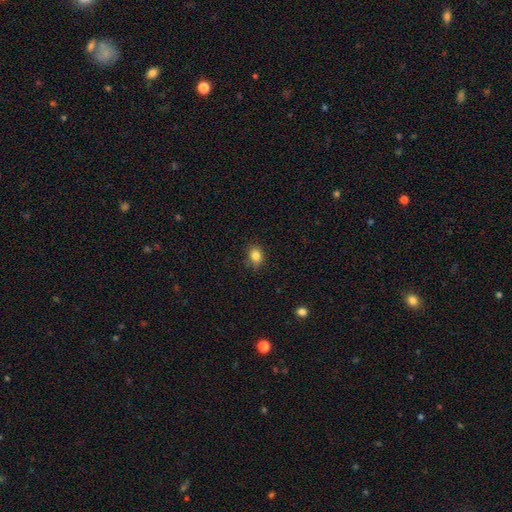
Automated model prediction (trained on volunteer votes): Smooth or featured? smooth (84%)
How rounded? in between (56%)
Merging? none (80%)